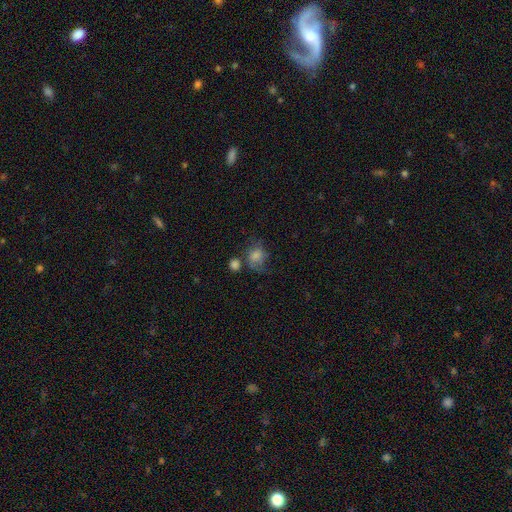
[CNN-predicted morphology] type=smooth (58%); roundness=round (61%); merging=none (47%).